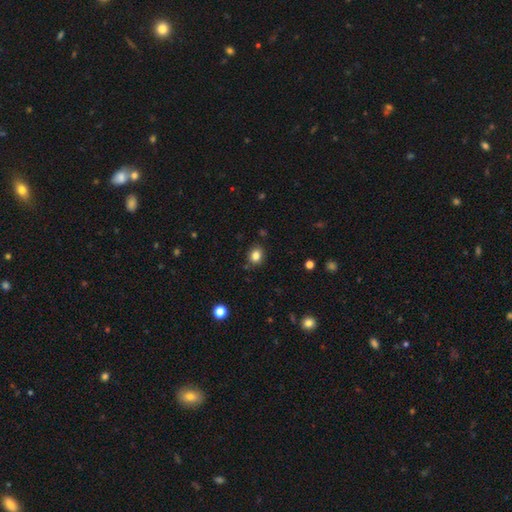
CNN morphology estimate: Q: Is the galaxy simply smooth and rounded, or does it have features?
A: smooth — 83%.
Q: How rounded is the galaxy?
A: round — 61%.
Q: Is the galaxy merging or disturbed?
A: none — 85%.